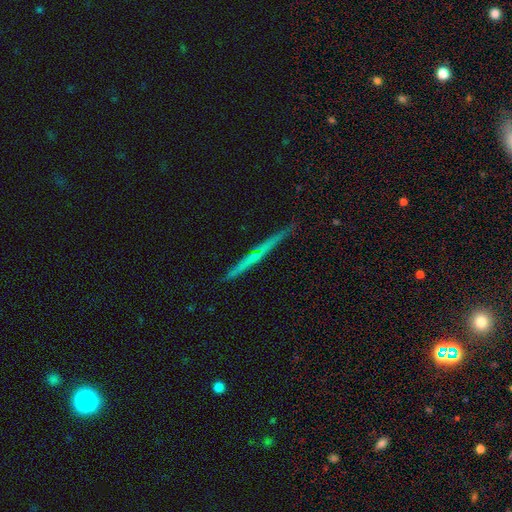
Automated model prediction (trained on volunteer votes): Smooth or featured: featured or disk — 45% (smooth — 41%)
Merging: none — 87% (minor disturbance — 9%)